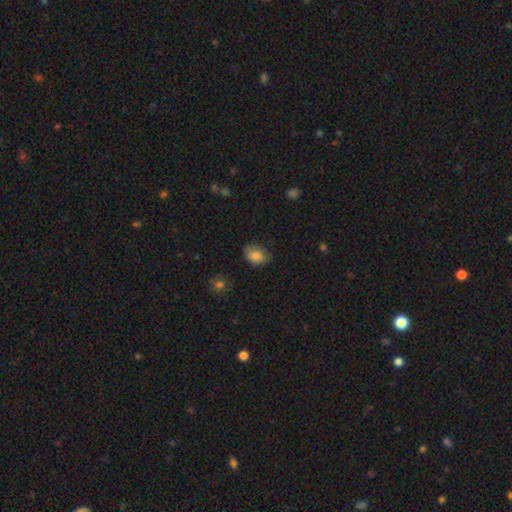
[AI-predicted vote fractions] Smooth or featured? smooth (82%)
How rounded? in between (67%)
Merging? none (74%)